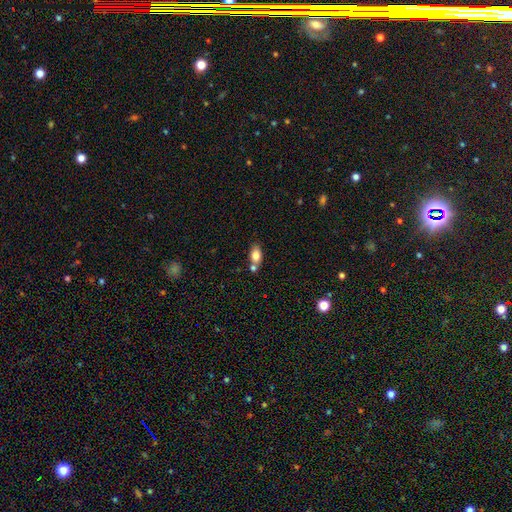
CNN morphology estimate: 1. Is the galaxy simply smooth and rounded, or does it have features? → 80% smooth, 12% featured or disk, 8% star or artifact.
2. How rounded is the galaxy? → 84% in between, 11% round, 5% cigar-shaped.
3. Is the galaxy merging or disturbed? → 56% none, 27% merger, 14% minor disturbance, 4% major disturbance.